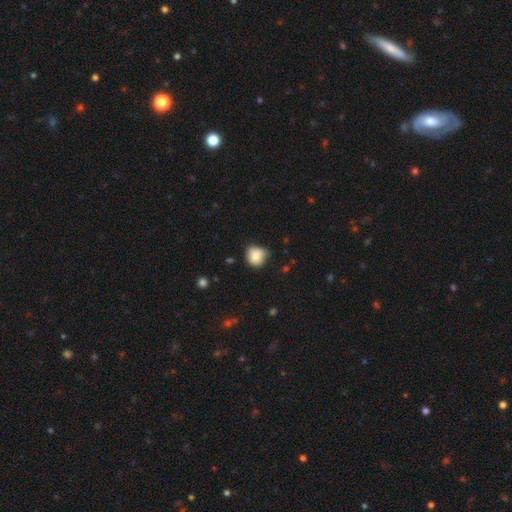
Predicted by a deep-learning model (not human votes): Smooth or featured?
  - smooth: 83% *
  - star or artifact: 9%
  - featured or disk: 8%
How rounded?
  - round: 80% *
  - in between: 19%
  - cigar-shaped: 1%
Merging?
  - none: 58% *
  - minor disturbance: 32%
  - major disturbance: 7%
  - merger: 4%